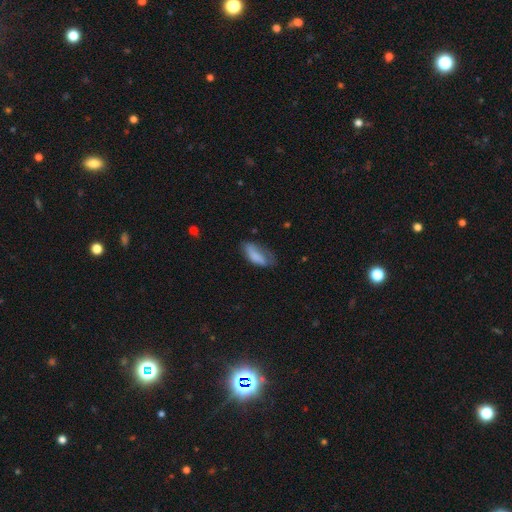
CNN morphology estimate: Smooth or featured?
  - smooth: 74% *
  - featured or disk: 18%
  - star or artifact: 8%
How rounded?
  - in between: 83% *
  - cigar-shaped: 15%
  - round: 2%
Merging?
  - none: 38% *
  - minor disturbance: 36%
  - major disturbance: 24%
  - merger: 3%